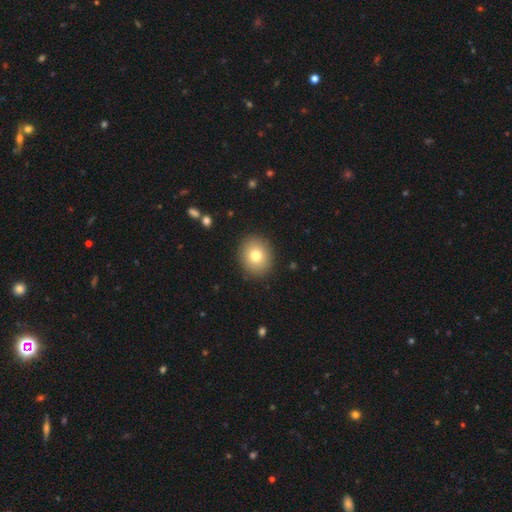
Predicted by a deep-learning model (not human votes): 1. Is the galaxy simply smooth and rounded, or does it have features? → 77% smooth, 12% featured or disk, 10% star or artifact.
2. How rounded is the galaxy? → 74% round, 25% in between, 1% cigar-shaped.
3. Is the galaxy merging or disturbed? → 90% none, 6% minor disturbance, 2% major disturbance, 1% merger.